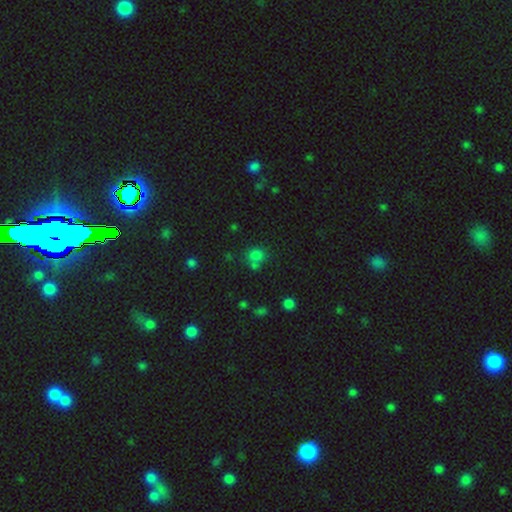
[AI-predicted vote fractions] A smooth galaxy with no disk features (72%) that is round (78%). Merging: none (58%).